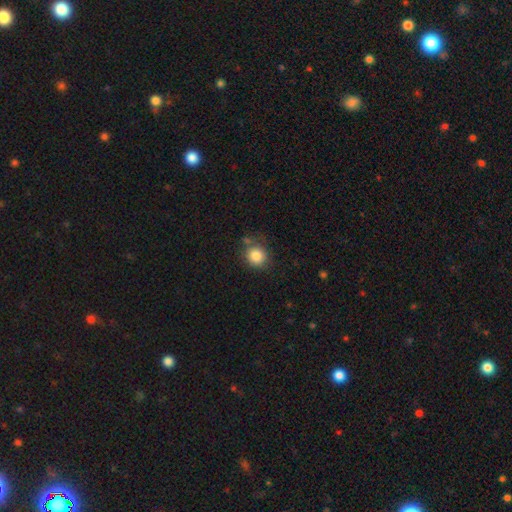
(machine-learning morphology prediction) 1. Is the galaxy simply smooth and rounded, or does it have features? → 85% smooth, 9% star or artifact, 6% featured or disk.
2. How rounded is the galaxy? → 87% round, 12% in between, 1% cigar-shaped.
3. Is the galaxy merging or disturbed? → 71% none, 18% minor disturbance, 6% major disturbance, 6% merger.